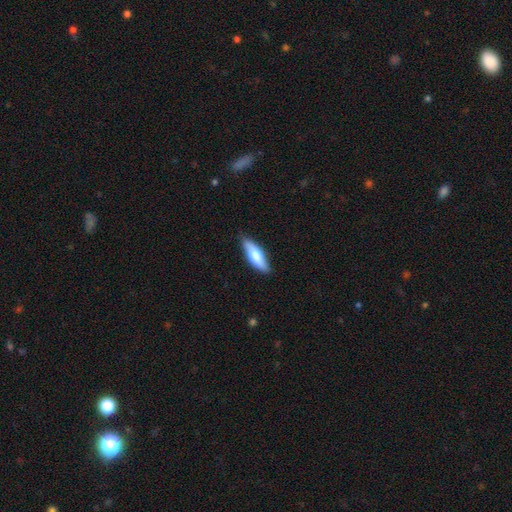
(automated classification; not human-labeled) Q: Smooth or featured?
A: smooth (69%); runner-up: featured or disk (26%)
Q: How rounded?
A: in between (51%); runner-up: cigar-shaped (47%)
Q: Merging?
A: none (82%); runner-up: minor disturbance (15%)